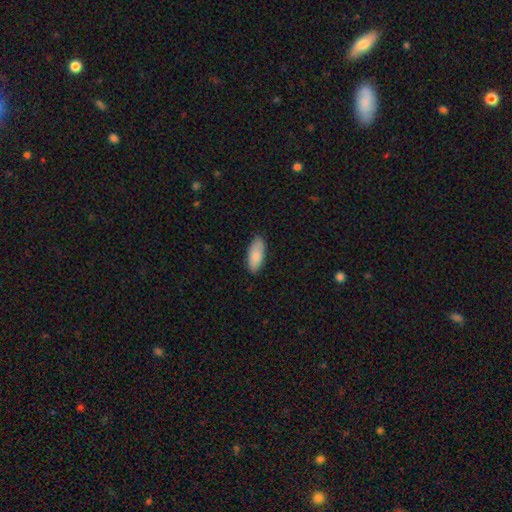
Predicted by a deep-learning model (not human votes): Smooth or featured: smooth — 86% (featured or disk — 9%)
How rounded: in between — 86% (cigar-shaped — 12%)
Merging: none — 85% (minor disturbance — 12%)